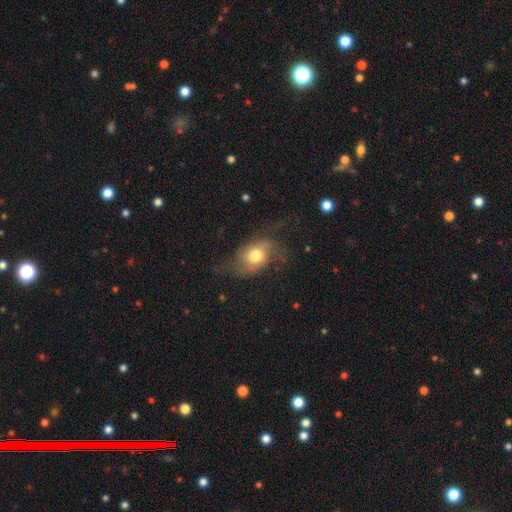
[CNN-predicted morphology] type=smooth (50%); merging=none (48%).